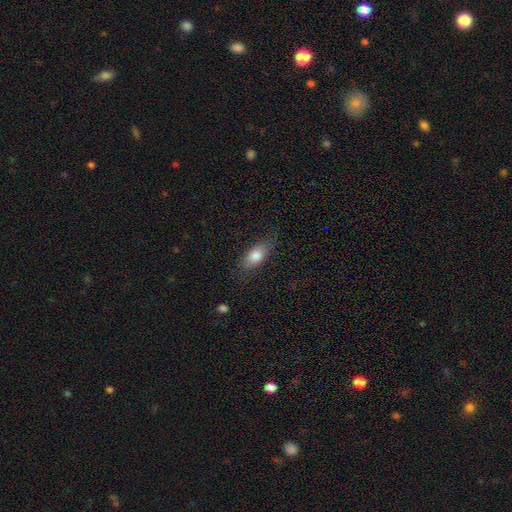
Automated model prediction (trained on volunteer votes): Overall: smooth (79%). How rounded: in between (82%). Merging: none (78%).